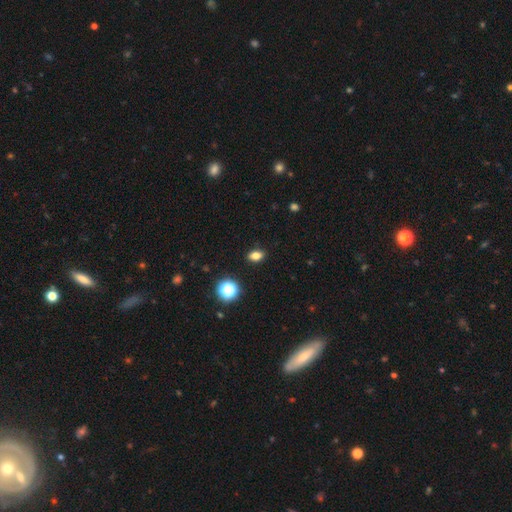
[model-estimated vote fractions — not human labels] Q: Smooth or featured?
A: smooth (79%); runner-up: star or artifact (14%)
Q: How rounded?
A: in between (77%); runner-up: round (20%)
Q: Merging?
A: none (89%); runner-up: minor disturbance (8%)